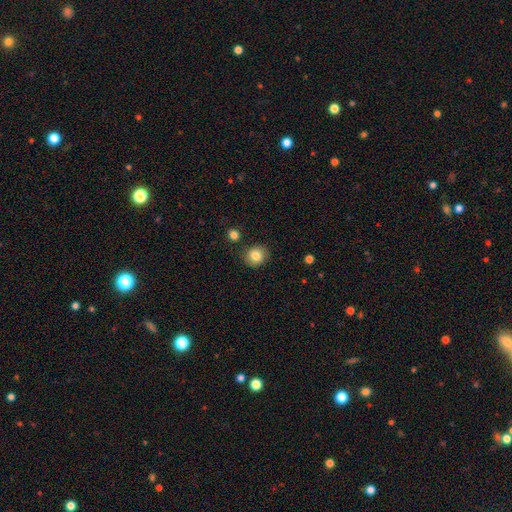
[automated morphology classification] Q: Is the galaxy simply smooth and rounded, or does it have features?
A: smooth — 83%.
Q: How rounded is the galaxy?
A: round — 81%.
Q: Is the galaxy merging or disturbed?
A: none — 86%.